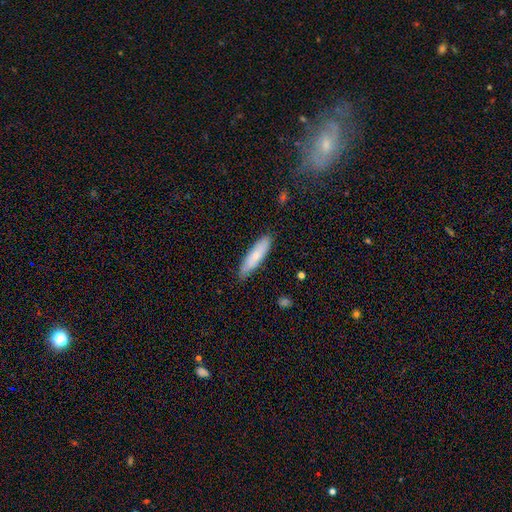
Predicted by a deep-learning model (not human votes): This appears to be a smooth galaxy with no disk features (74%) that is cigar-shaped (70%). Merging: none (83%).